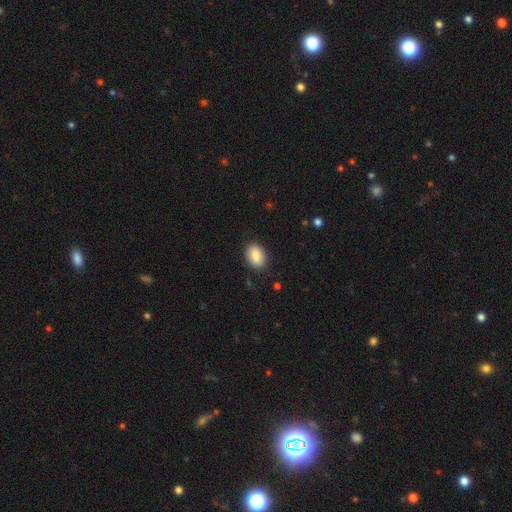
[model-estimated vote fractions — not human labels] This is clearly a smooth galaxy (87%). How rounded: clearly in between (83%). Merging: clearly none (86%).